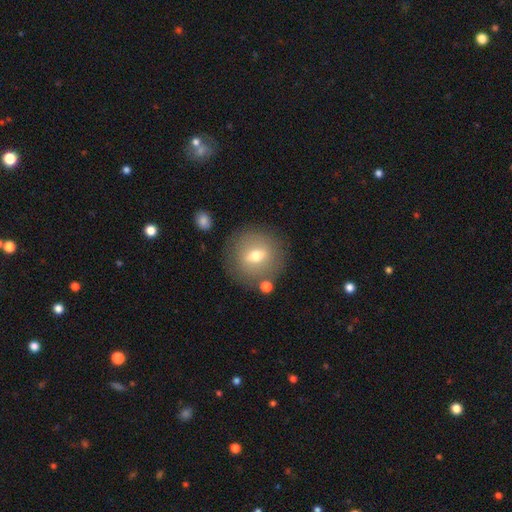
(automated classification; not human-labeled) The model was most divided on "smooth or featured": smooth: 56%, featured or disk: 35%, star or artifact: 9%. More confident: how rounded — round (88%); merging — none (80%).